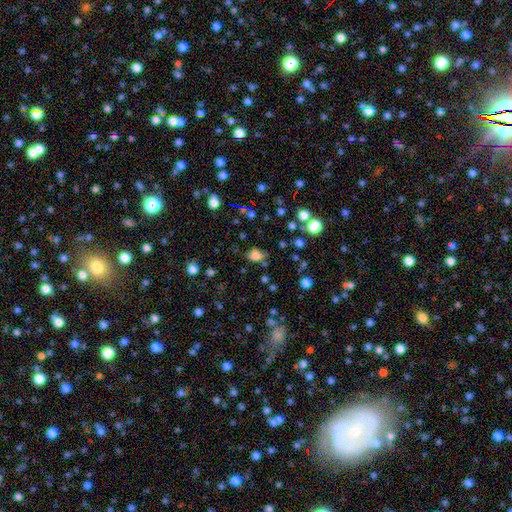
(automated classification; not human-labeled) Overall: smooth (75%). How rounded: in between (68%; round 30%). Merging: none (66%).